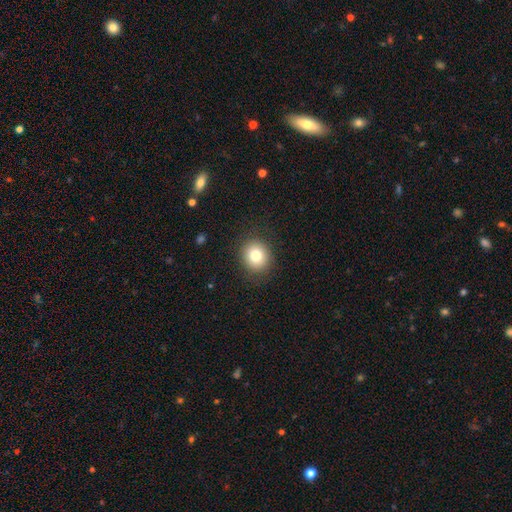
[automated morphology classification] The model was most divided on "how rounded": round: 79%, in between: 21%, cigar-shaped: 1%. More confident: merging — none (88%); smooth or featured — smooth (80%).